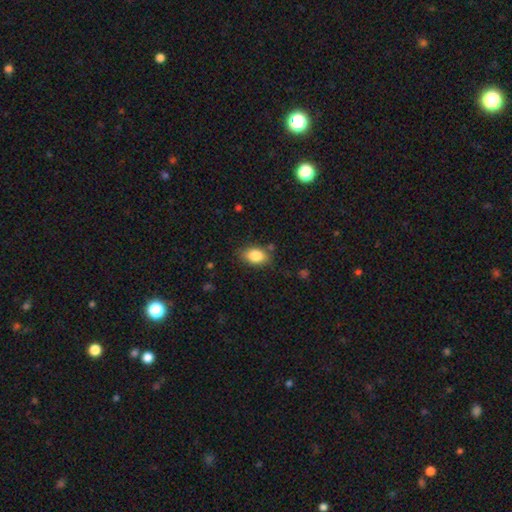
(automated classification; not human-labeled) Smooth or featured?
  - smooth: 84% *
  - star or artifact: 8%
  - featured or disk: 8%
How rounded?
  - in between: 86% *
  - round: 12%
  - cigar-shaped: 2%
Merging?
  - none: 80% *
  - minor disturbance: 15%
  - major disturbance: 3%
  - merger: 2%